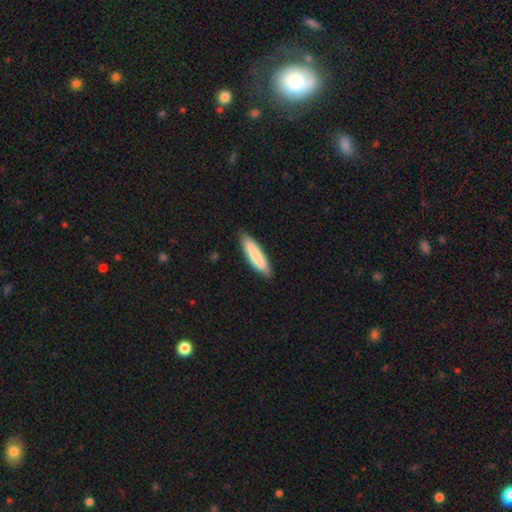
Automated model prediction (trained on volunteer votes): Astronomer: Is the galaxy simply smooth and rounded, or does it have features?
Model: smooth — 81%.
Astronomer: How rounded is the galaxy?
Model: cigar-shaped — 75%.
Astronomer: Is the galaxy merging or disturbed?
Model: none — 86%.